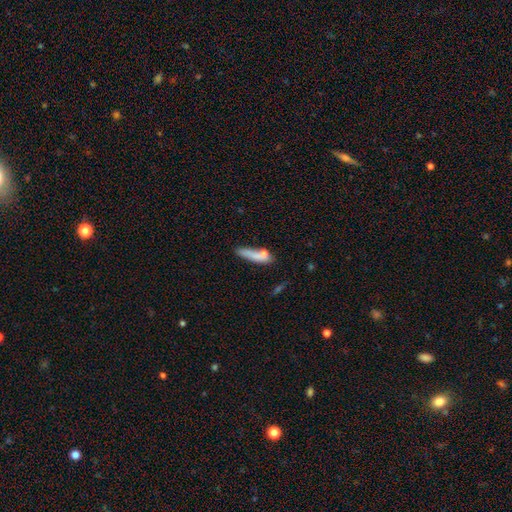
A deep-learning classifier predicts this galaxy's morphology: smooth_or_featured: smooth (p=0.71) [alt: featured or disk p=0.21]
how_rounded: cigar-shaped (p=0.70) [alt: in between p=0.27]
merging: none (p=0.47) [alt: minor disturbance p=0.21]